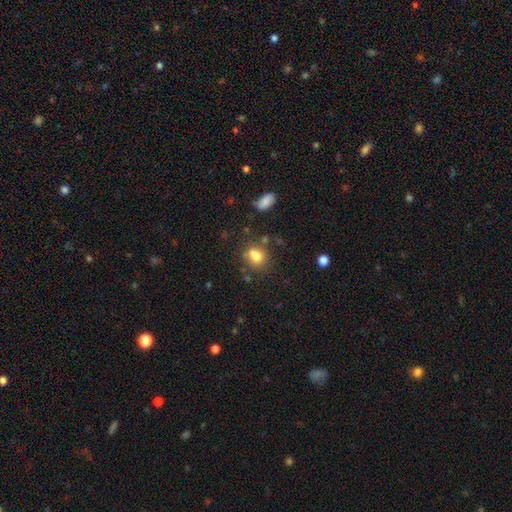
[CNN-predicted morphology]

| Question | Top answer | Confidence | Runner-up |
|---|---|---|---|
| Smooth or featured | smooth | 78% | star or artifact (12%) |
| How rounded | round | 63% | in between (36%) |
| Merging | none | 58% | minor disturbance (18%) |